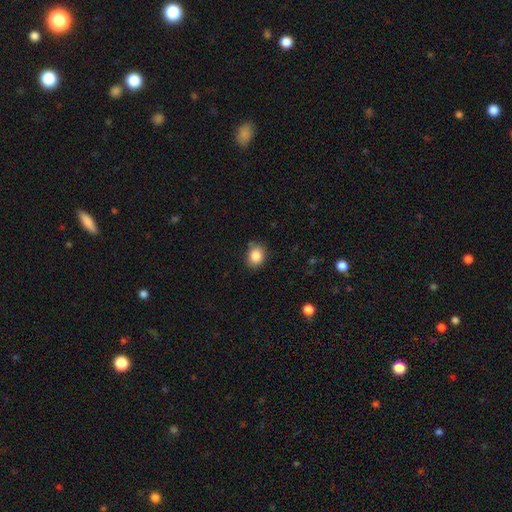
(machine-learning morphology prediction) A smooth galaxy with no disk features (85%) that is round (54%). Merging: none (79%).